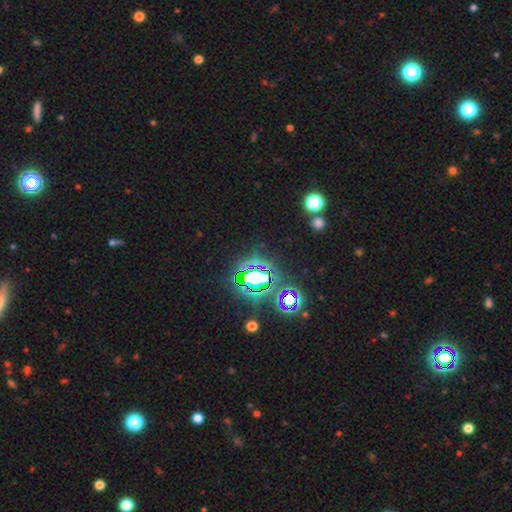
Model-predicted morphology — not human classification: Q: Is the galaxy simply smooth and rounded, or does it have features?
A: star or artifact — 80%.